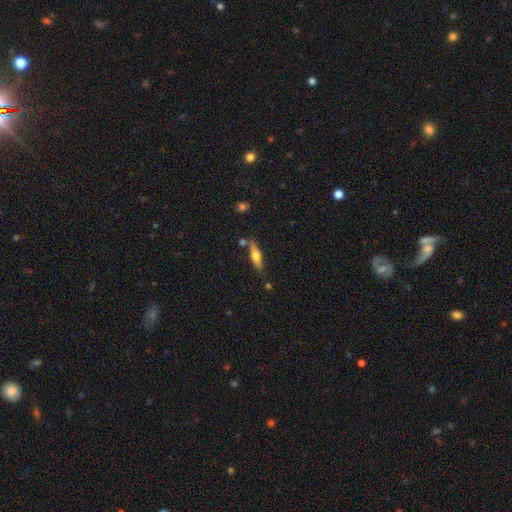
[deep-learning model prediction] Morphology: type=featured or disk (51%); edge-on=yes (92%); merging=none (76%).